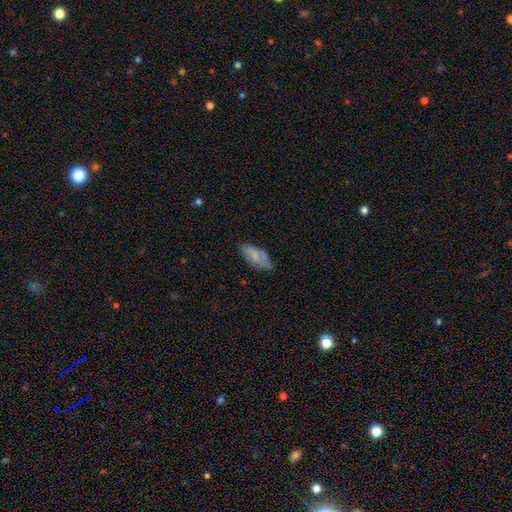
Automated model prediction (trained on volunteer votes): Morphology: type=smooth (63%); roundness=in between (84%); merging=none (70%).